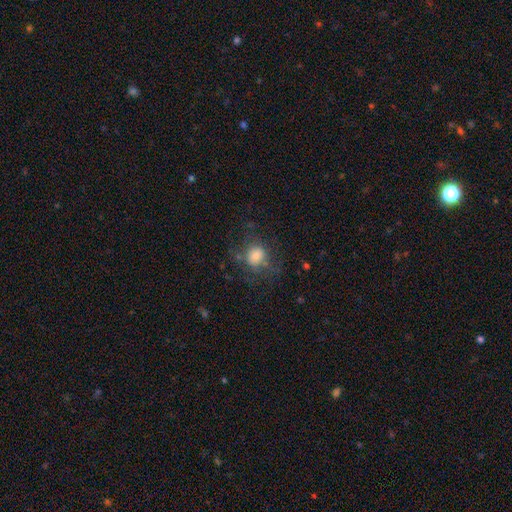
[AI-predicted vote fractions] Morphology: type=smooth (69%); roundness=round (72%); merging=none (57%).